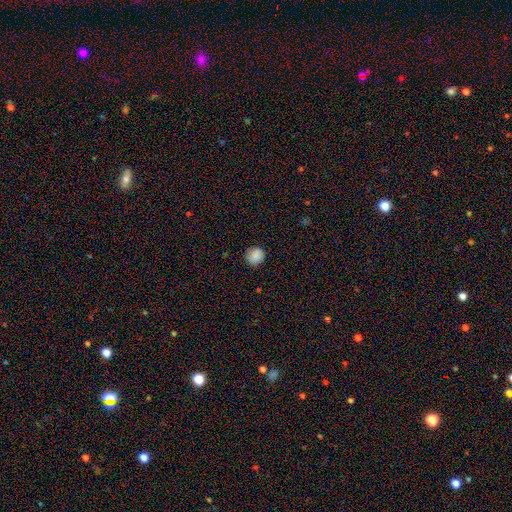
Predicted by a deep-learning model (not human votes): Morphology: type=smooth (87%); roundness=round (84%); merging=none (88%).